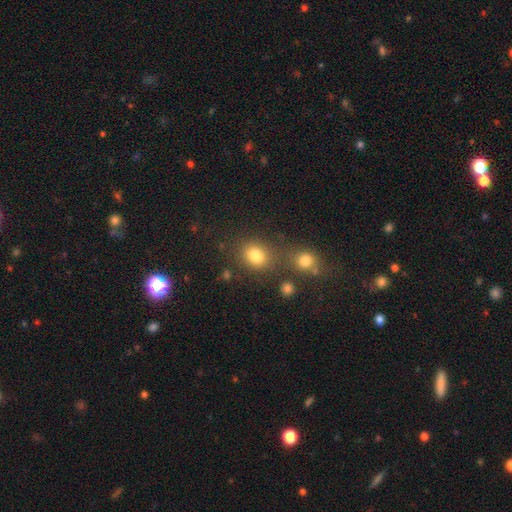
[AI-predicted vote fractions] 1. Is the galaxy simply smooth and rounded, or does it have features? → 80% smooth, 14% star or artifact, 6% featured or disk.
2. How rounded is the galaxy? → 63% round, 36% in between, 1% cigar-shaped.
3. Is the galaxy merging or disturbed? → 67% none, 17% merger, 11% minor disturbance, 5% major disturbance.